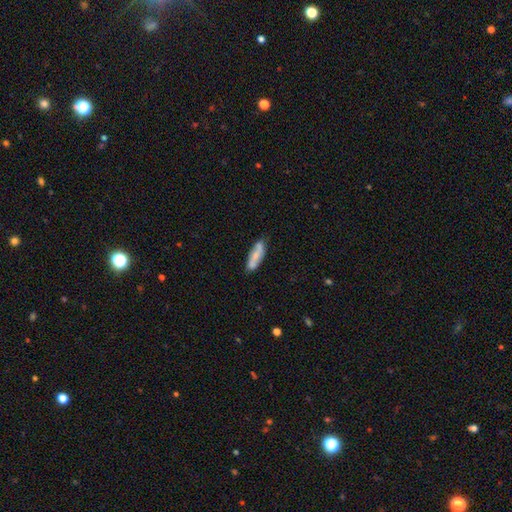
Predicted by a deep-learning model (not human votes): smooth_or_featured: smooth (p=0.62) [alt: featured or disk p=0.32]
how_rounded: cigar-shaped (p=0.54) [alt: in between p=0.44]
merging: none (p=0.71) [alt: minor disturbance p=0.18]